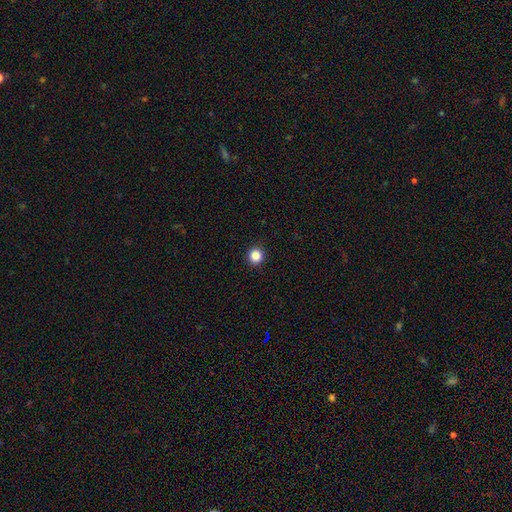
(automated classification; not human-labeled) A smooth galaxy with no disk features (87%) that is round (95%).

Vote fractions:
- Smooth or featured? smooth: 87% / star or artifact: 11% / featured or disk: 3%
- How rounded? round: 95% / in between: 4% / cigar-shaped: 1%
- Merging? none: 93% / minor disturbance: 4% / major disturbance: 2% / merger: 1%